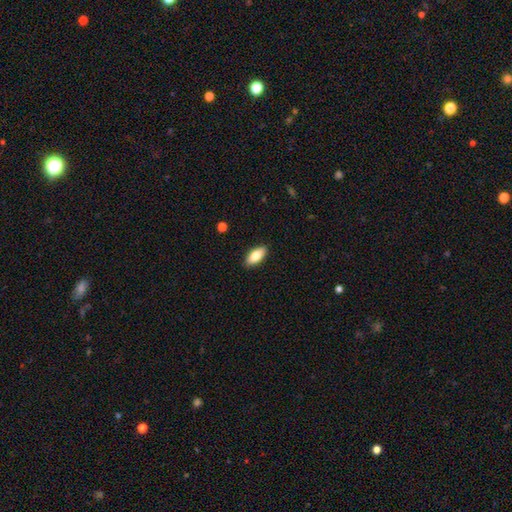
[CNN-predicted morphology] smooth_or_featured: smooth (p=0.80) [alt: featured or disk p=0.14]
how_rounded: in between (p=0.87) [alt: cigar-shaped p=0.11]
merging: none (p=0.90) [alt: minor disturbance p=0.07]